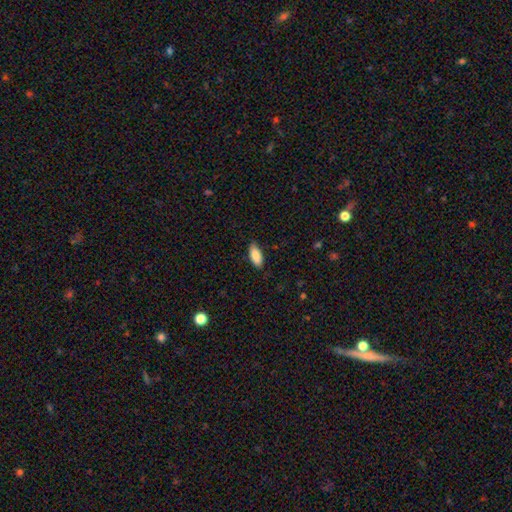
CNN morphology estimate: The model was most divided on "merging": none: 84%, minor disturbance: 13%, major disturbance: 2%, merger: 1%. More confident: smooth or featured — smooth (85%); how rounded — in between (85%).